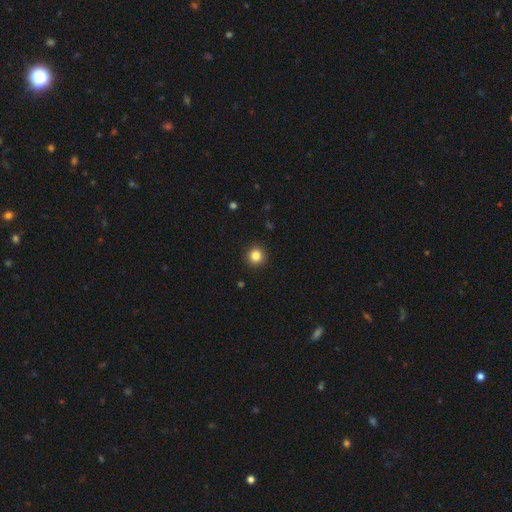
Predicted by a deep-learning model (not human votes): The model was most divided on "smooth or featured": smooth: 84%, star or artifact: 11%, featured or disk: 4%. More confident: how rounded — round (94%); merging — none (92%).